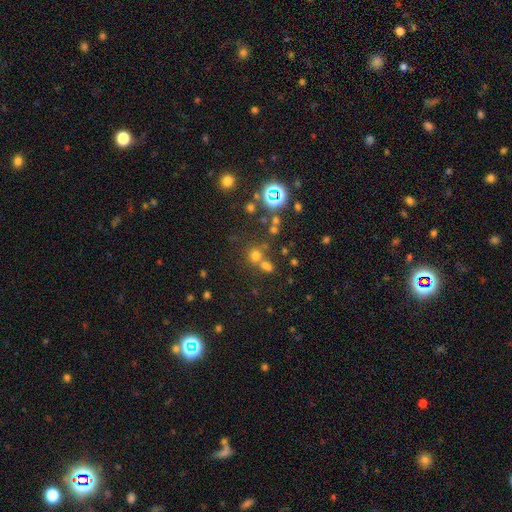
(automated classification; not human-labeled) Overall: smooth (63%; star or artifact 28%). How rounded: round (82%). Merging: none (57%; merger 29%).